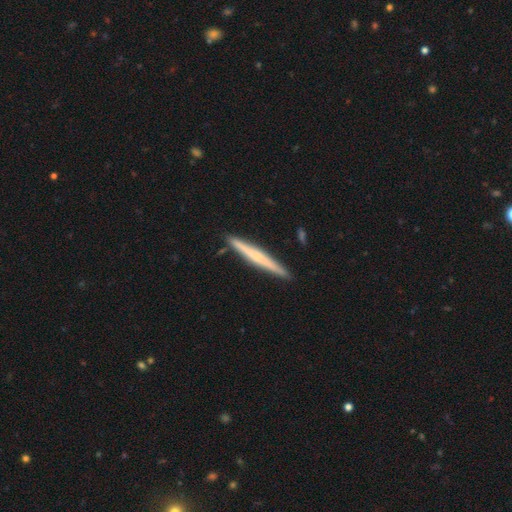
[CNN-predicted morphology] smooth-or-featured: featured or disk: 50% | smooth: 45% | star or artifact: 5%
  disk-edge-on: yes: 98% | no: 2%
  merging: none: 91% | minor disturbance: 7% | merger: 1% | major disturbance: 1%